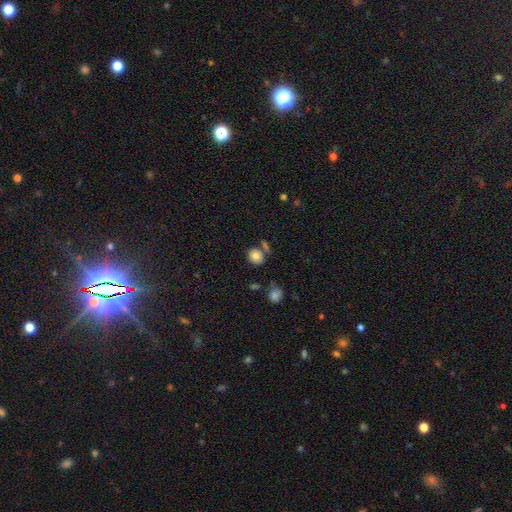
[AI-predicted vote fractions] A smooth galaxy with no disk features (79%) that is round (77%). Merging: none (69%).